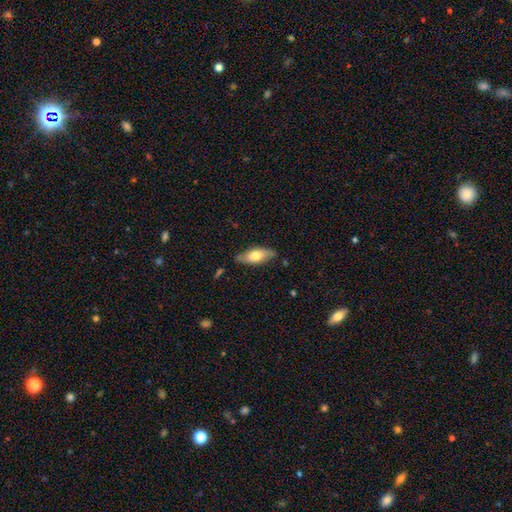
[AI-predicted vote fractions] Smooth or featured?
  - smooth: 62% *
  - featured or disk: 32%
  - star or artifact: 6%
How rounded?
  - in between: 75% *
  - cigar-shaped: 23%
  - round: 3%
Merging?
  - none: 81% *
  - minor disturbance: 15%
  - major disturbance: 2%
  - merger: 2%